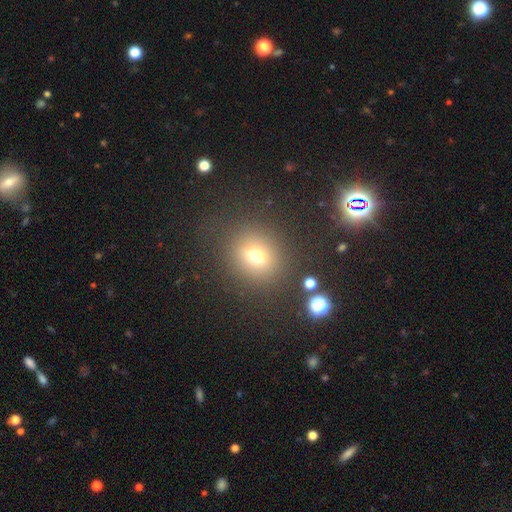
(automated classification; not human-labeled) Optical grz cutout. It shows a smooth galaxy with no disk features (70%) that is round (66%). Merging: none (81%).